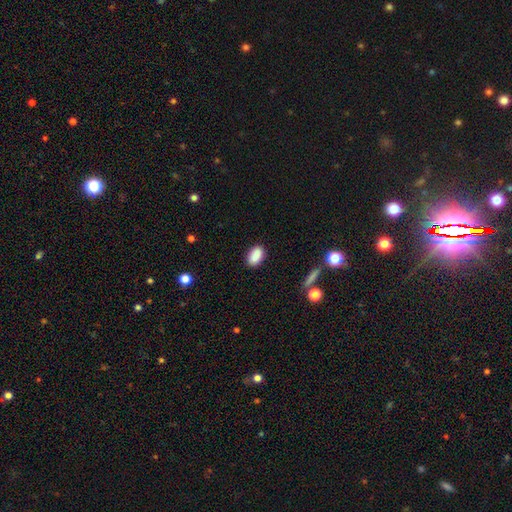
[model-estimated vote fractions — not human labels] This is clearly a smooth galaxy (88%). How rounded: clearly in between (89%). Merging: clearly none (85%).